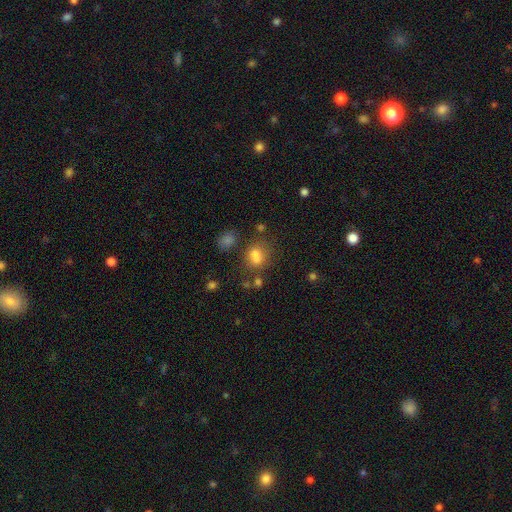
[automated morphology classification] smooth_or_featured: smooth (p=0.71) [alt: star or artifact p=0.17]
how_rounded: round (p=0.50) [alt: in between p=0.49]
merging: none (p=0.48) [alt: merger p=0.29]